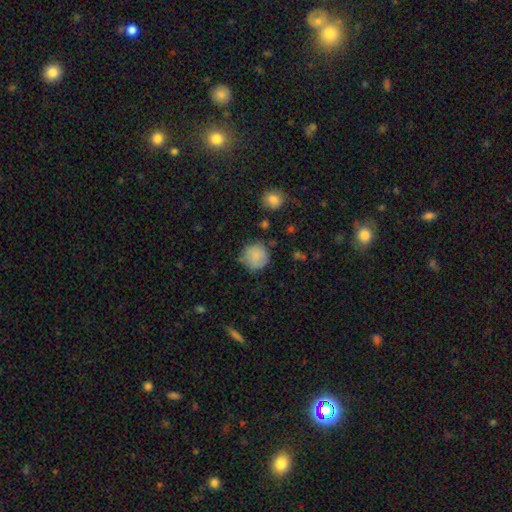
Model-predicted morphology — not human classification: A smooth galaxy with no disk features (83%) that is round (92%).

Vote fractions:
- Smooth or featured? smooth: 83% / featured or disk: 9% / star or artifact: 8%
- How rounded? round: 92% / in between: 7% / cigar-shaped: 1%
- Merging? none: 73% / minor disturbance: 19% / major disturbance: 5% / merger: 3%